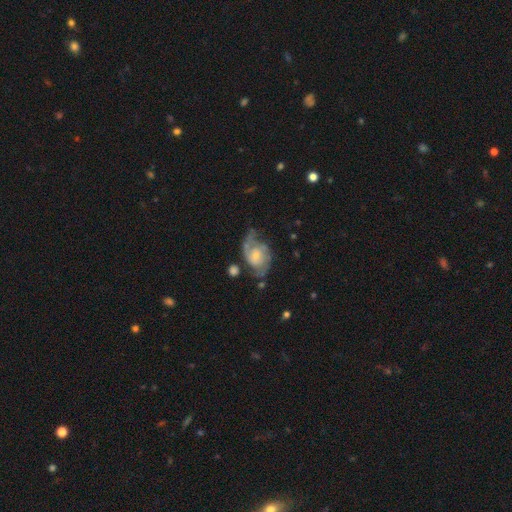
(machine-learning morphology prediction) Smooth or featured? featured or disk (80%)
Edge-on disk? no (97%)
Bar? no (62%)
Spiral arms? yes (93%)
Spiral winding? medium (48%)
Spiral arm count? 2 (84%)
Bulge size? small (54%)
Merging? none (53%)